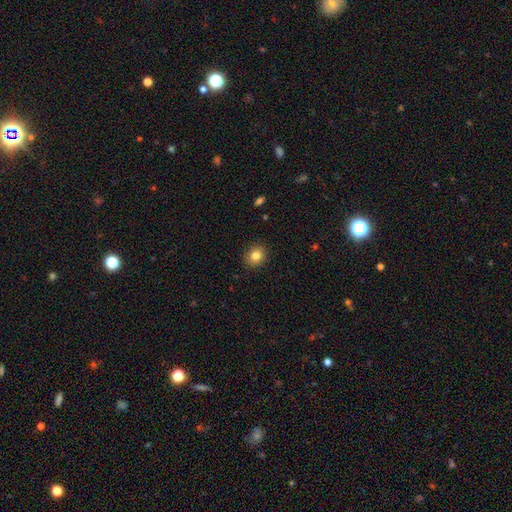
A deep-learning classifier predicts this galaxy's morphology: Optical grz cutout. It shows a smooth galaxy with no disk features (82%) that is round (75%). Merging: none (90%).